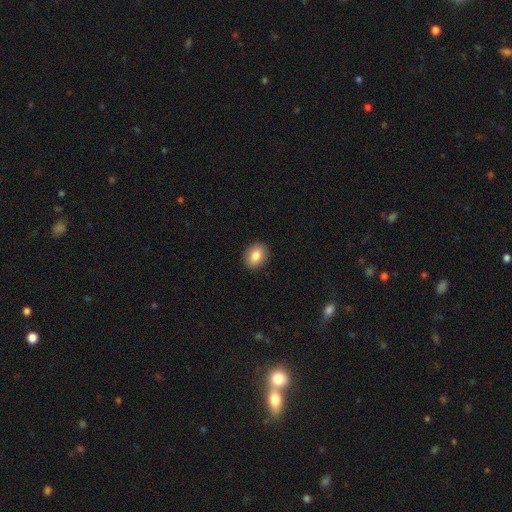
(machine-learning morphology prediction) Smooth or featured?
  - smooth: 84% *
  - star or artifact: 8%
  - featured or disk: 7%
How rounded?
  - in between: 60% *
  - round: 39%
  - cigar-shaped: 1%
Merging?
  - none: 91% *
  - minor disturbance: 7%
  - major disturbance: 2%
  - merger: 1%